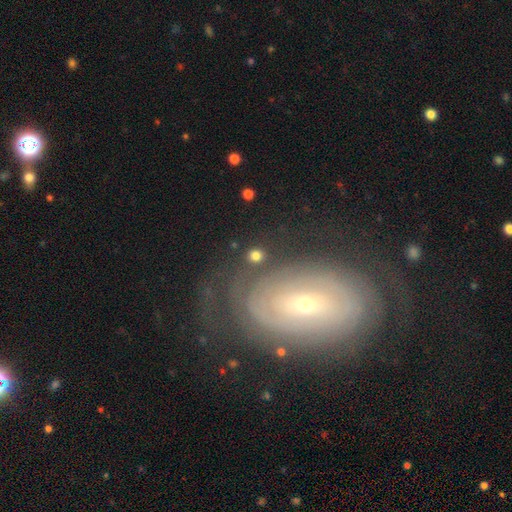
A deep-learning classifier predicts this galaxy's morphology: Smooth or featured: smooth — 74% (featured or disk — 14%)
How rounded: round — 81% (in between — 17%)
Merging: none — 84% (minor disturbance — 8%)